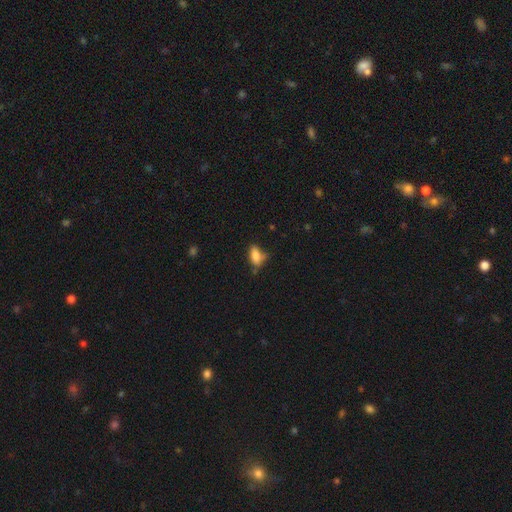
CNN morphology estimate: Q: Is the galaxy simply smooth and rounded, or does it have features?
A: smooth — 80%.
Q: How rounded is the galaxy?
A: in between — 86%.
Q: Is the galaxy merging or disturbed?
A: none — 53%.